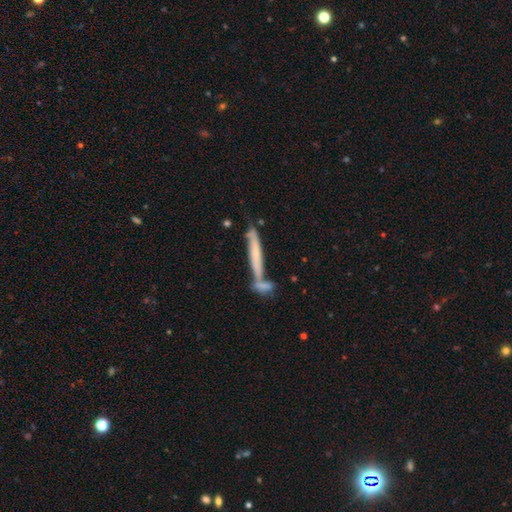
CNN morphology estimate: A smooth galaxy with no disk features (47%).

Vote fractions:
- Smooth or featured? smooth: 47% / featured or disk: 46% / star or artifact: 8%
- Merging? none: 54% / merger: 28% / minor disturbance: 13% / major disturbance: 5%